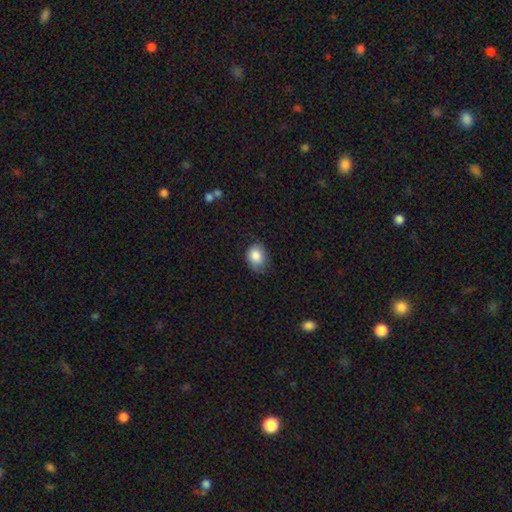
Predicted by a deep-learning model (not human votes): Q: Smooth or featured?
A: smooth (83%); runner-up: featured or disk (9%)
Q: How rounded?
A: in between (57%); runner-up: round (42%)
Q: Merging?
A: none (60%); runner-up: minor disturbance (31%)